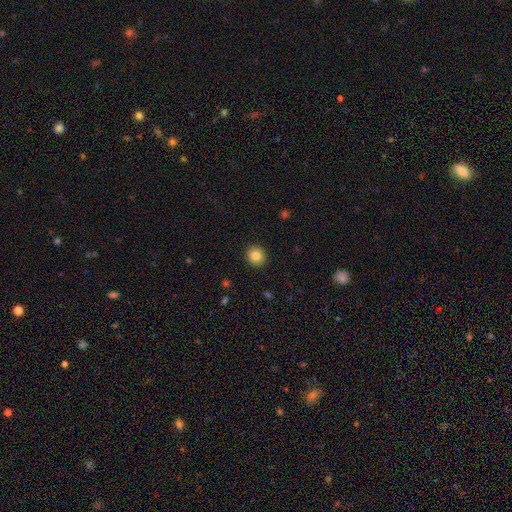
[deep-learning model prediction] smooth 83%, star or artifact 10%, featured or disk 7%. Down the decision tree: how rounded — round (90%); merging — none (92%).